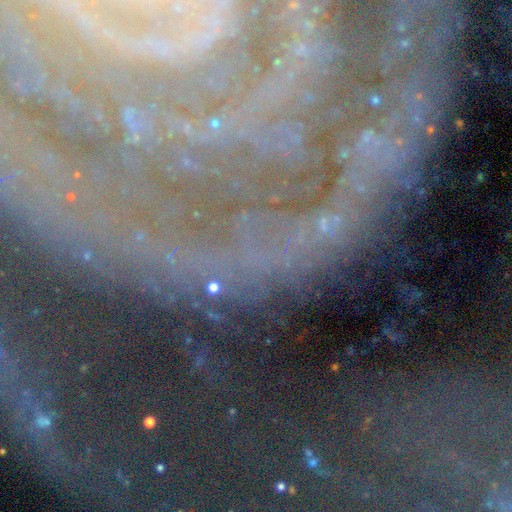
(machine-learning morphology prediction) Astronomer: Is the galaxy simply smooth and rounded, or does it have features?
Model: star or artifact — 48% (runner-up: featured or disk, 40%).